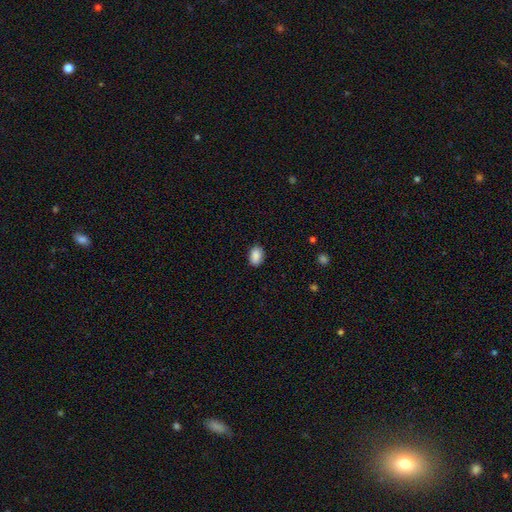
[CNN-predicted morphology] smooth_or_featured: smooth (p=0.89) [alt: star or artifact p=0.08]
how_rounded: in between (p=0.83) [alt: round p=0.15]
merging: none (p=0.85) [alt: minor disturbance p=0.11]